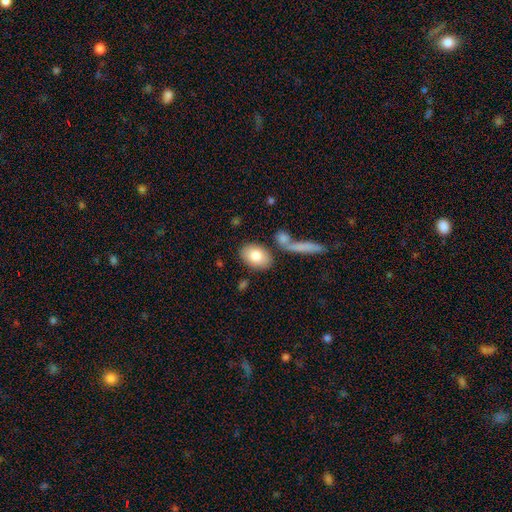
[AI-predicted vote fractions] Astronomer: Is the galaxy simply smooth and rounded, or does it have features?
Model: smooth — 80%.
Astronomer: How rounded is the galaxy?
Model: in between — 84%.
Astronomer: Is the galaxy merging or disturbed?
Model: none — 76%.